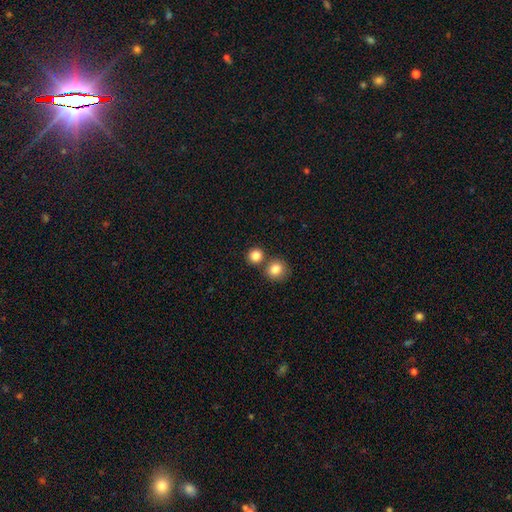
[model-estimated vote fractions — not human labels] A smooth galaxy with no disk features (84%) that is round (89%). Merging: none (66%).